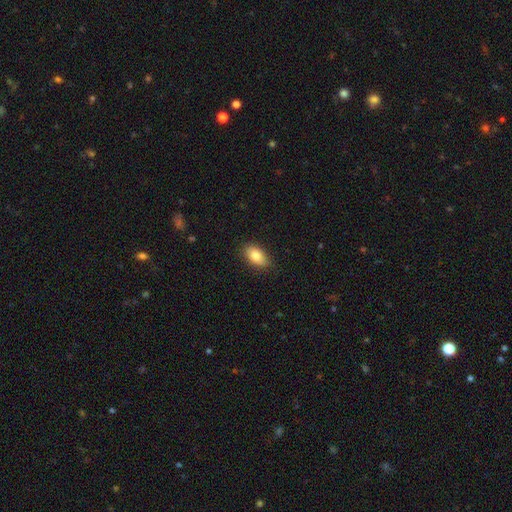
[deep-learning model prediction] smooth-or-featured: smooth: 84% | featured or disk: 9% | star or artifact: 7%
  how-rounded: in between: 90% | round: 6% | cigar-shaped: 3%
  merging: none: 83% | minor disturbance: 13% | major disturbance: 2% | merger: 1%